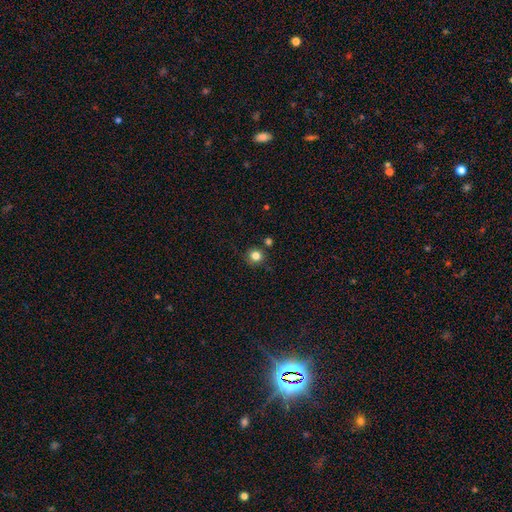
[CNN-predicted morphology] A smooth galaxy with no disk features (82%) that is round (93%). Merging: none (85%).